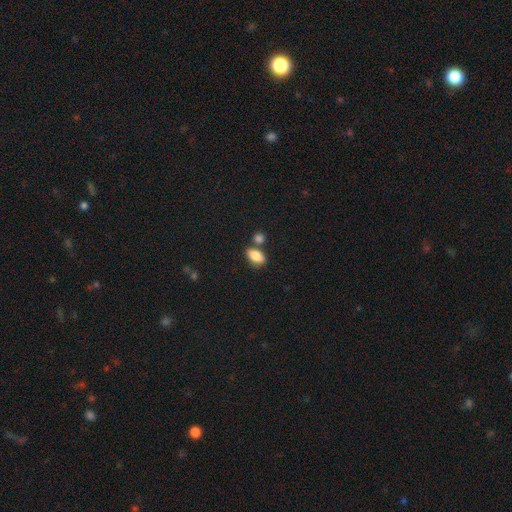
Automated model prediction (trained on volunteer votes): A smooth galaxy with no disk features (85%) that is in between round and cigar-shaped (89%). Merging: none (62%).